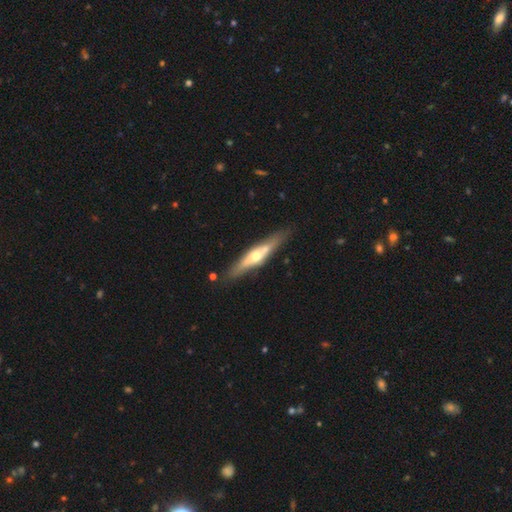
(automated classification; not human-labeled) Q: Smooth or featured?
A: featured or disk (64%); runner-up: smooth (31%)
Q: Edge-on disk?
A: yes (85%); runner-up: no (15%)
Q: Edge-on bulge?
A: rounded (88%); runner-up: none (7%)
Q: Merging?
A: none (80%); runner-up: minor disturbance (13%)